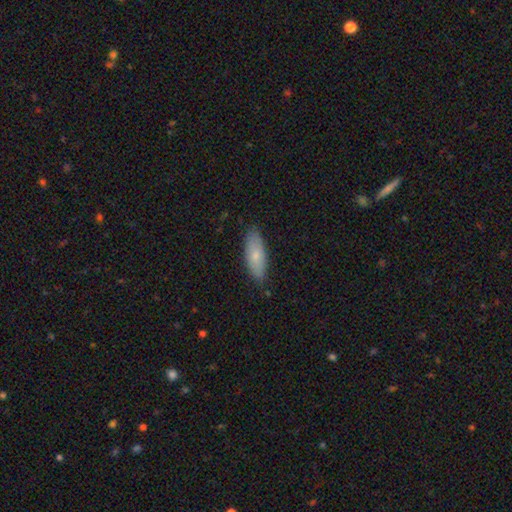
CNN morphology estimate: Smooth or featured?
  - smooth: 73% *
  - featured or disk: 21%
  - star or artifact: 6%
How rounded?
  - in between: 68% *
  - cigar-shaped: 30%
  - round: 2%
Merging?
  - none: 84% *
  - minor disturbance: 13%
  - major disturbance: 2%
  - merger: 1%